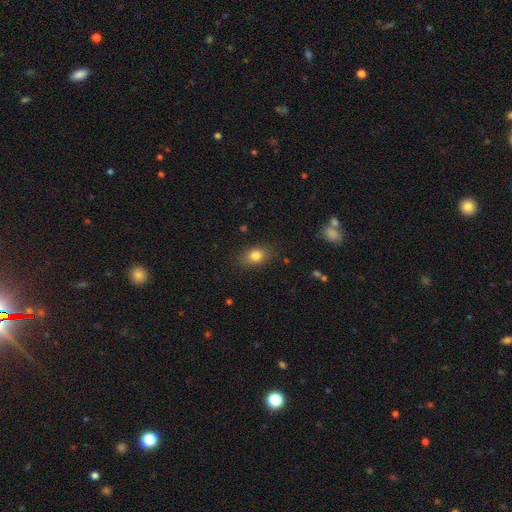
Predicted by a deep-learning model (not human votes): Smooth or featured: smooth — 81% (star or artifact — 10%)
How rounded: in between — 74% (round — 24%)
Merging: none — 84% (minor disturbance — 11%)